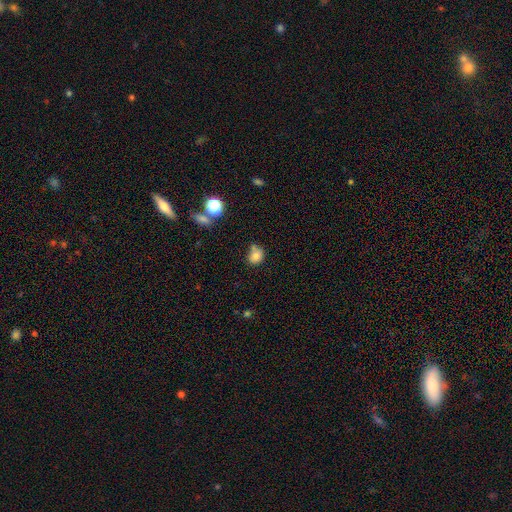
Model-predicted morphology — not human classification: Smooth or featured?
  - smooth: 77% *
  - star or artifact: 12%
  - featured or disk: 11%
How rounded?
  - round: 66% *
  - in between: 33%
  - cigar-shaped: 1%
Merging?
  - none: 48% *
  - minor disturbance: 28%
  - merger: 16%
  - major disturbance: 8%